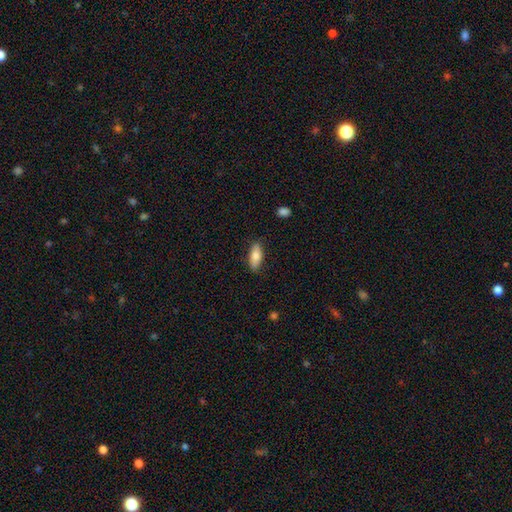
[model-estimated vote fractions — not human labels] smooth 78%, featured or disk 15%, star or artifact 6%. Down the decision tree: how rounded — in between (72%); merging — none (84%).